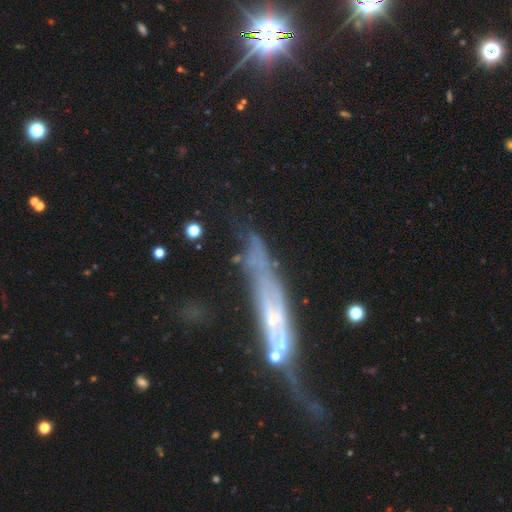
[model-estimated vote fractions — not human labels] Q: Smooth or featured?
A: featured or disk (56%); runner-up: smooth (26%)
Q: Edge-on disk?
A: yes (65%); runner-up: no (35%)
Q: Merging?
A: none (56%); runner-up: minor disturbance (23%)